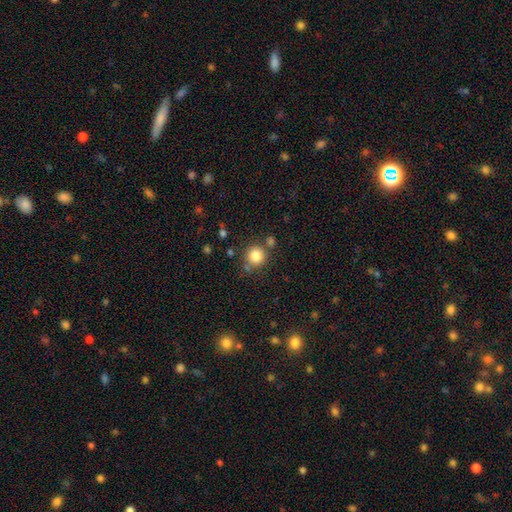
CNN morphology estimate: A smooth galaxy with no disk features (83%) that is round (92%). Merging: none (76%).